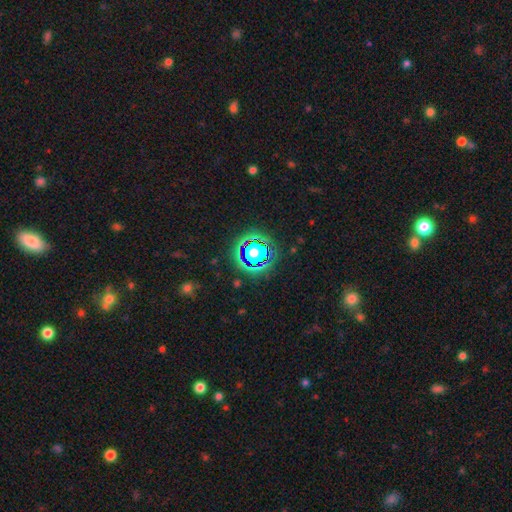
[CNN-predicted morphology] smooth_or_featured: star or artifact (p=0.76) [alt: smooth p=0.15]